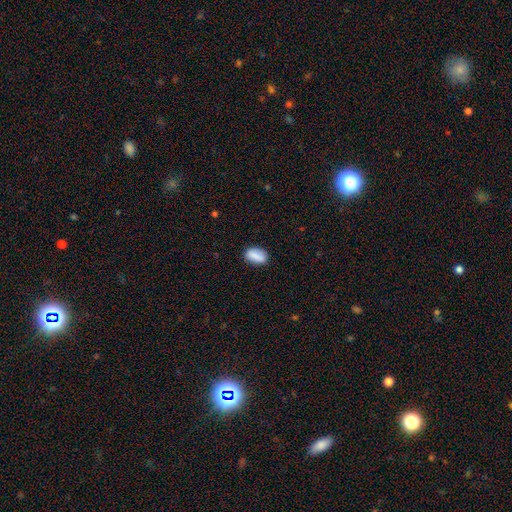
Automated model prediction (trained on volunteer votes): Q: Smooth or featured?
A: smooth (86%); runner-up: star or artifact (7%)
Q: How rounded?
A: in between (88%); runner-up: round (9%)
Q: Merging?
A: none (84%); runner-up: minor disturbance (12%)